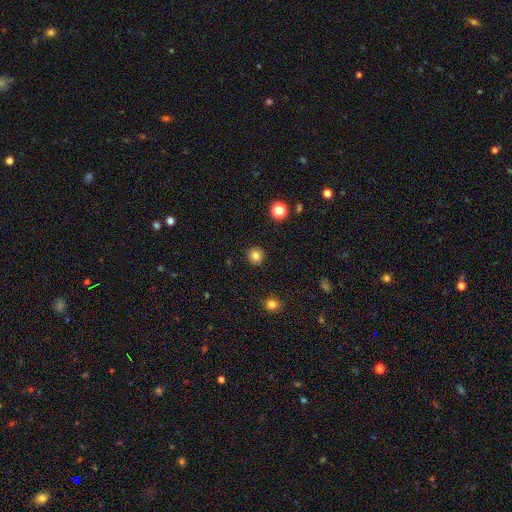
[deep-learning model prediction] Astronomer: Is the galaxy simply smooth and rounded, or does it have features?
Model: smooth — 83%.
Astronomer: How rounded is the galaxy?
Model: round — 94%.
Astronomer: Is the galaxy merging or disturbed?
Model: none — 92%.